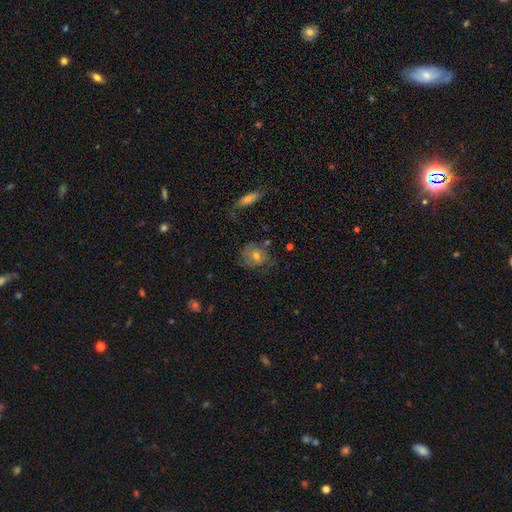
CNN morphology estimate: This is possibly a smooth galaxy (49%). Merging: possibly none (59%).